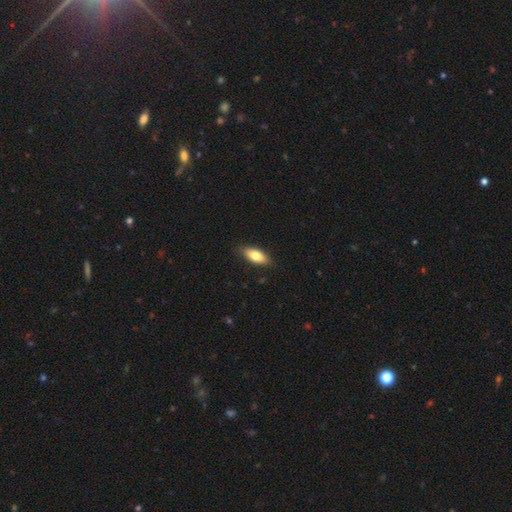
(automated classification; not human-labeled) smooth_or_featured: smooth (p=0.77) [alt: featured or disk p=0.17]
how_rounded: in between (p=0.81) [alt: cigar-shaped p=0.16]
merging: none (p=0.85) [alt: minor disturbance p=0.12]